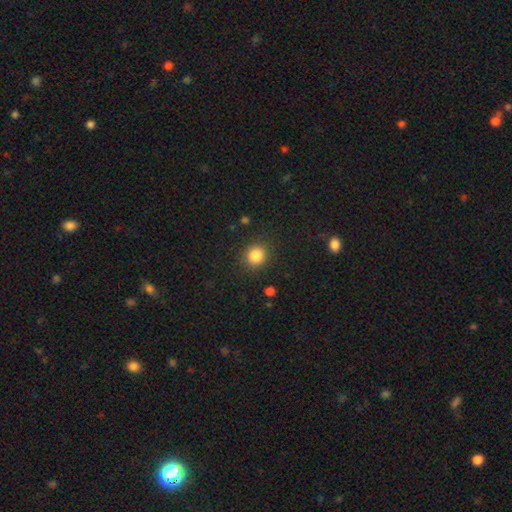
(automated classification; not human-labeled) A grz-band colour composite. It shows a smooth galaxy with no disk features (85%) that is round (87%). Merging: none (88%).